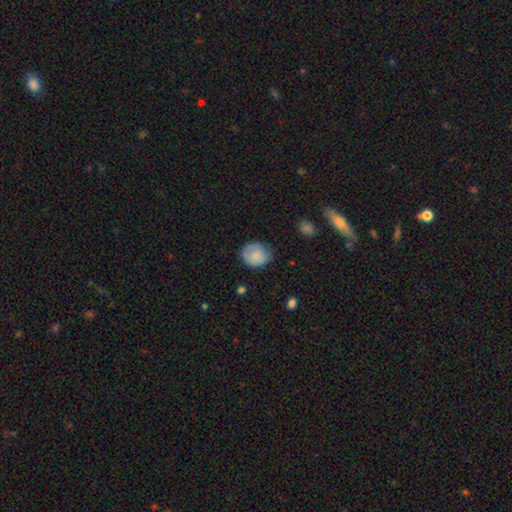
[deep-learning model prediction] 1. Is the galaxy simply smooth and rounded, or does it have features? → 79% smooth, 14% featured or disk, 7% star or artifact.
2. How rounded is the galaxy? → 69% round, 30% in between, 1% cigar-shaped.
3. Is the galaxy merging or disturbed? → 67% none, 24% minor disturbance, 7% major disturbance, 1% merger.